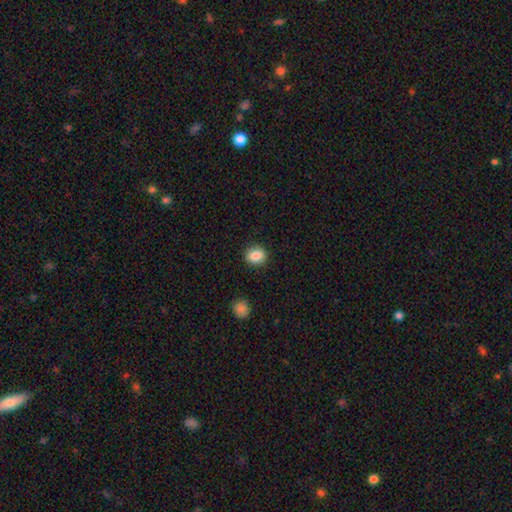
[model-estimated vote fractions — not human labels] The model was most divided on "how rounded": round: 58%, in between: 41%, cigar-shaped: 1%. More confident: merging — none (88%); smooth or featured — smooth (86%).